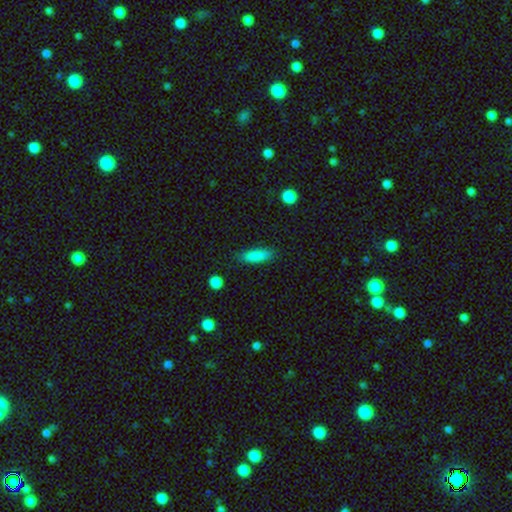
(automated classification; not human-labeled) smooth 87%, star or artifact 7%, featured or disk 7%. Down the decision tree: how rounded — cigar-shaped (52%); merging — none (84%).